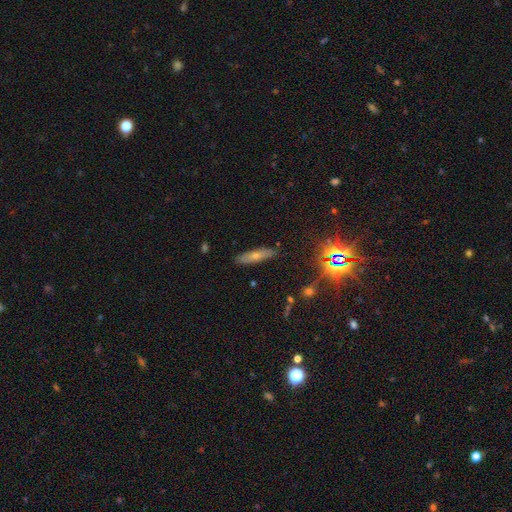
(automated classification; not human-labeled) A smooth galaxy with no disk features (61%) that is cigar-shaped (75%). Merging: none (85%).